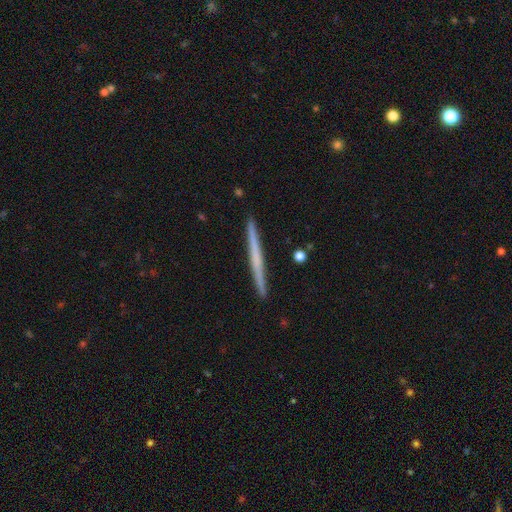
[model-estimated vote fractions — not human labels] Morphology: type=featured or disk (52%); edge-on=yes (98%); edge-on bulge=none (83%); merging=none (92%).